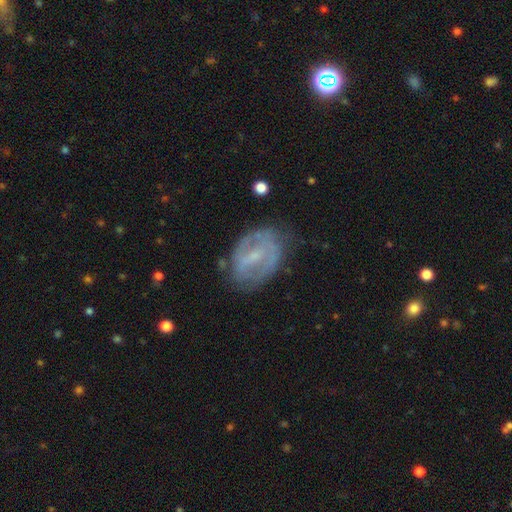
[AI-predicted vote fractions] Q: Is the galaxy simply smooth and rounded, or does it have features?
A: featured or disk — 69%.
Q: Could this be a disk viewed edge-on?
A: no — 95%.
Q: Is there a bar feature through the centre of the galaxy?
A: weak — 50%.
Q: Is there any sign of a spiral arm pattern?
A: yes — 70%.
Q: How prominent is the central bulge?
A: small — 57%.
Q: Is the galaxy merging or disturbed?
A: none — 65%.